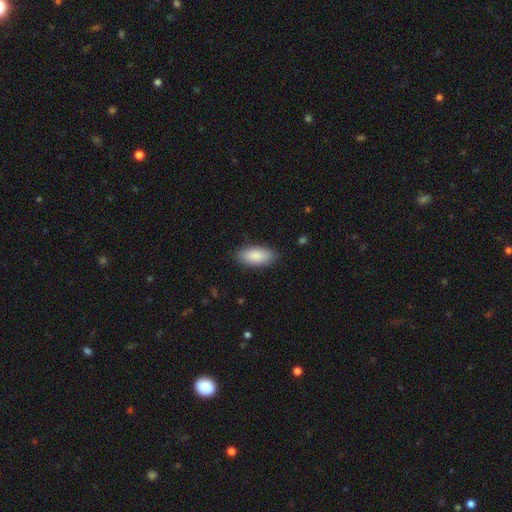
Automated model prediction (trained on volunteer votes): Smooth or featured: smooth — 88% (featured or disk — 7%)
How rounded: in between — 88% (cigar-shaped — 10%)
Merging: none — 86% (minor disturbance — 10%)